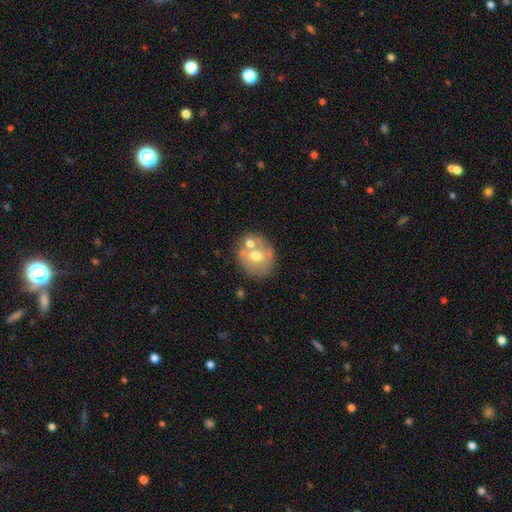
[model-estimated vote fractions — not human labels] Overall: smooth (54%; featured or disk 37%). How rounded: round (62%; in between 37%). Merging: none (60%; merger 22%).